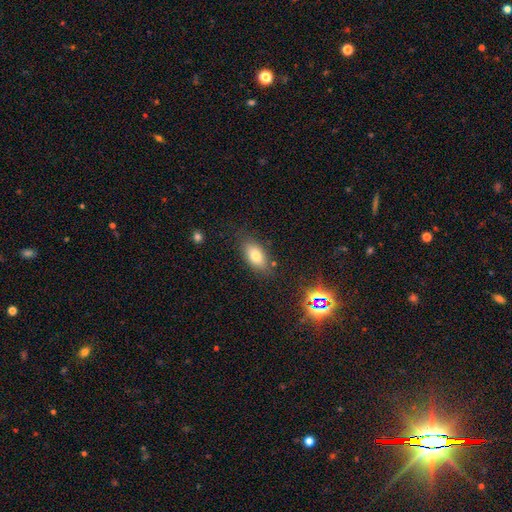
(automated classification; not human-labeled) This is likely a smooth galaxy (77%). How rounded: clearly in between (88%). Merging: likely none (79%).